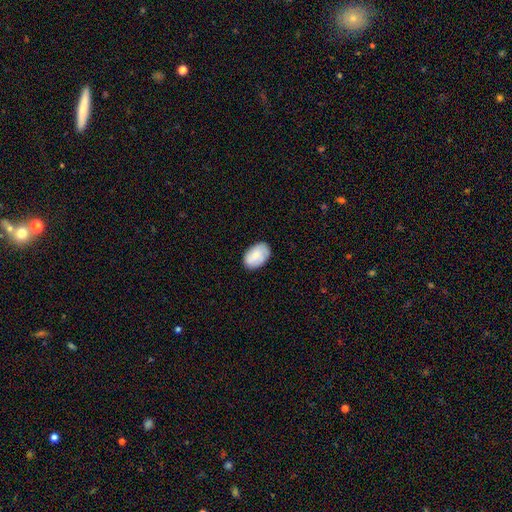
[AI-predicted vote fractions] Smooth or featured? smooth (75%)
How rounded? in between (90%)
Merging? none (80%)